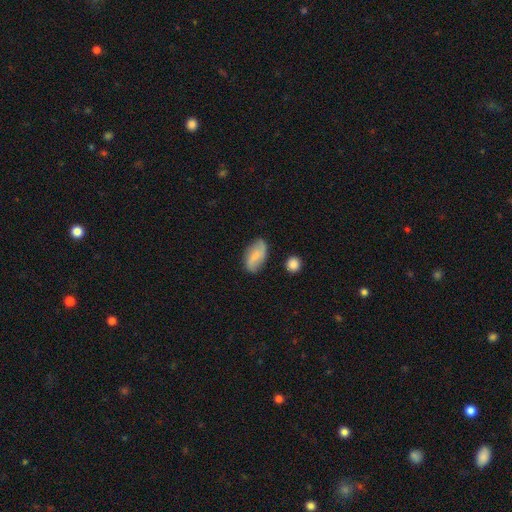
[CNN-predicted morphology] smooth_or_featured: smooth (p=0.54) [alt: featured or disk p=0.39]
how_rounded: in between (p=0.91) [alt: round p=0.05]
merging: none (p=0.76) [alt: minor disturbance p=0.18]